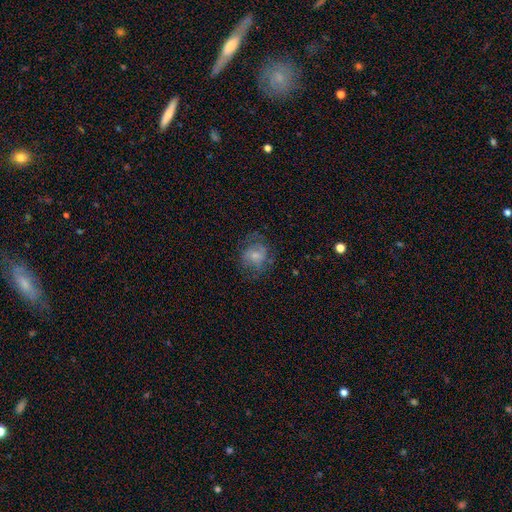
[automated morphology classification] smooth-or-featured: smooth: 55% | featured or disk: 36% | star or artifact: 10%
  how-rounded: round: 65% | in between: 34% | cigar-shaped: 1%
  merging: none: 58% | minor disturbance: 22% | major disturbance: 19% | merger: 1%